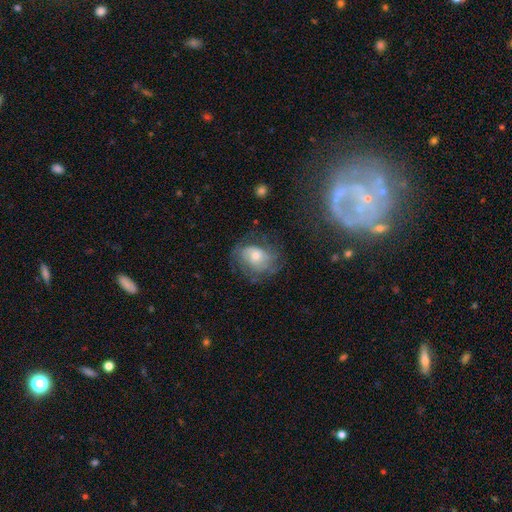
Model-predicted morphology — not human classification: Smooth or featured: featured or disk — 53% (smooth — 35%)
Edge-on disk: no — 96% (yes — 4%)
Bar: no — 78% (weak — 18%)
Spiral arms: yes — 70% (no — 30%)
Bulge size: moderate — 52% (small — 40%)
Merging: none — 57% (minor disturbance — 22%)